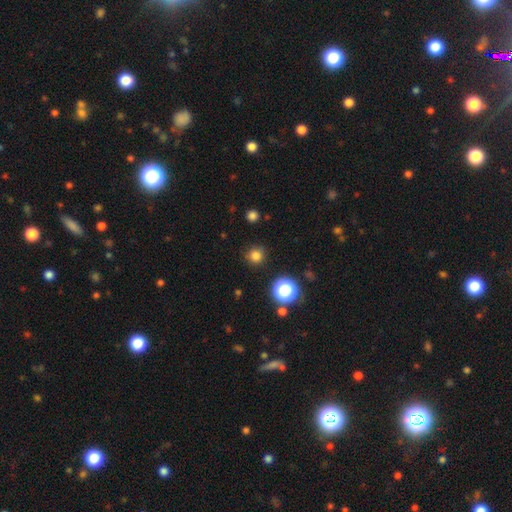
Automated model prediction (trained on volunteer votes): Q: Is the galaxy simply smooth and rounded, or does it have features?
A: smooth — 79%.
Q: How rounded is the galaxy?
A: round — 93%.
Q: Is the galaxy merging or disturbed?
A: none — 89%.